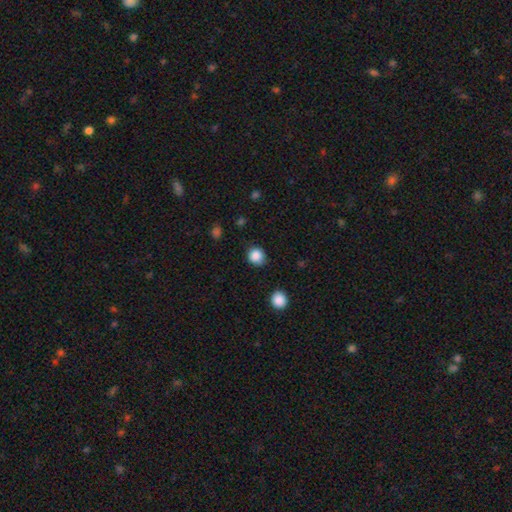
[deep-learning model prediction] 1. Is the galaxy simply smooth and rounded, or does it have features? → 87% smooth, 10% star or artifact, 3% featured or disk.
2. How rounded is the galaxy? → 81% round, 18% in between, 1% cigar-shaped.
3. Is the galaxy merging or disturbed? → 81% none, 14% minor disturbance, 3% major disturbance, 2% merger.